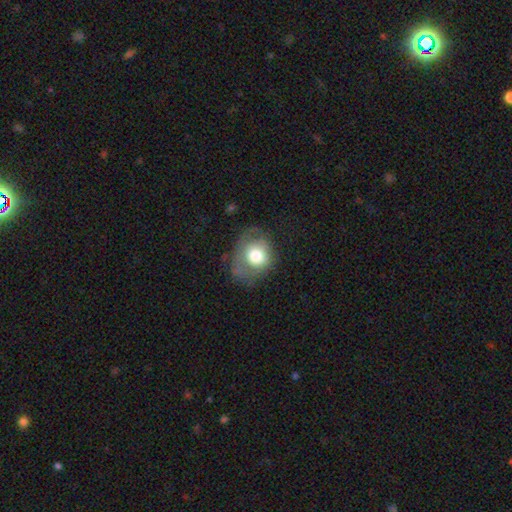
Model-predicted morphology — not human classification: type=smooth (67%); roundness=round (61%); merging=none (44%).